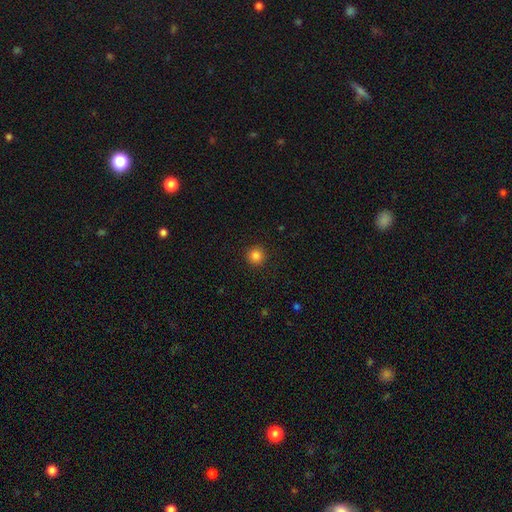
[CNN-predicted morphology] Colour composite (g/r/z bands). It shows a smooth galaxy with no disk features (85%) that is round (95%). Merging: none (92%).